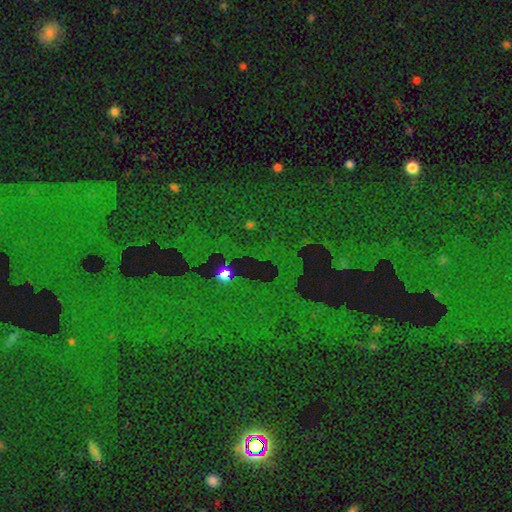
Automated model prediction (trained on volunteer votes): Smooth or featured? star or artifact (81%)